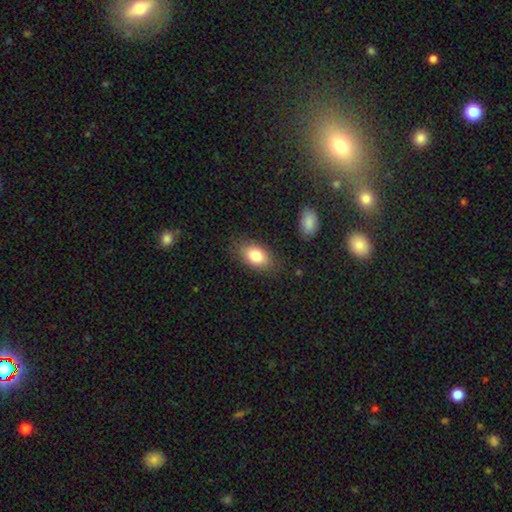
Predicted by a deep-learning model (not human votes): Morphology: type=smooth (81%); roundness=in between (90%); merging=none (81%).